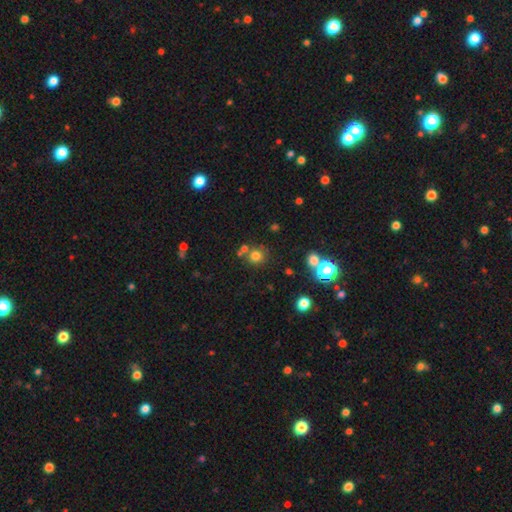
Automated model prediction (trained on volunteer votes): Smooth or featured? Predicted: smooth (p=0.74). How rounded? Predicted: round (p=0.89). Merging? Predicted: none (p=0.69).